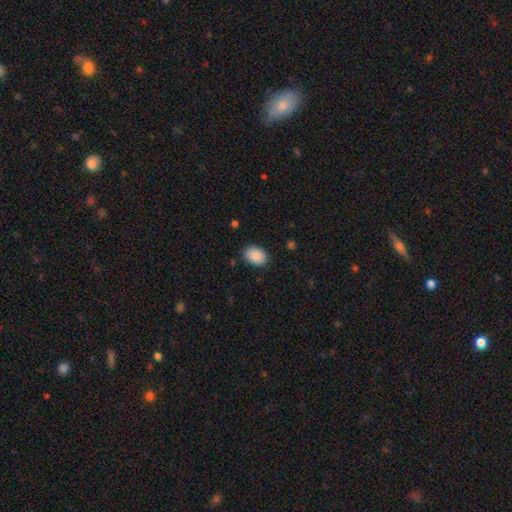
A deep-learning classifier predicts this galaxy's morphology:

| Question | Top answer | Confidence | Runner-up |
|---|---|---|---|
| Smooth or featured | smooth | 89% | star or artifact (7%) |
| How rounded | in between | 81% | round (18%) |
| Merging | none | 86% | minor disturbance (11%) |